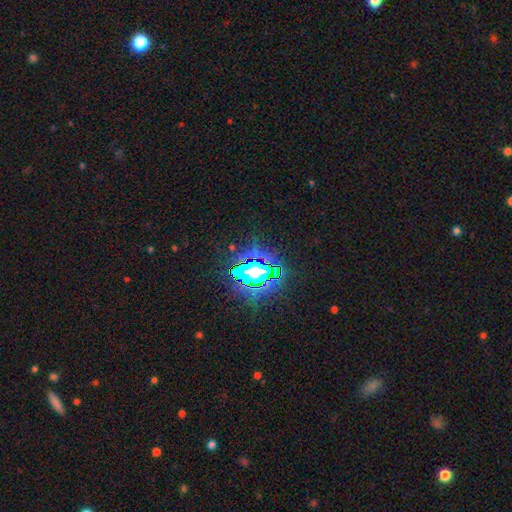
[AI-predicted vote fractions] smooth-or-featured: star or artifact: 81% | smooth: 12% | featured or disk: 7%